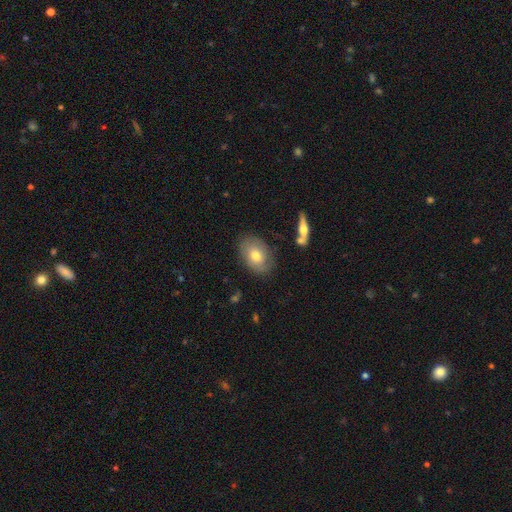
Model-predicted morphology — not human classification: Overall: smooth (66%; featured or disk 26%). How rounded: in between (81%). Merging: none (79%).